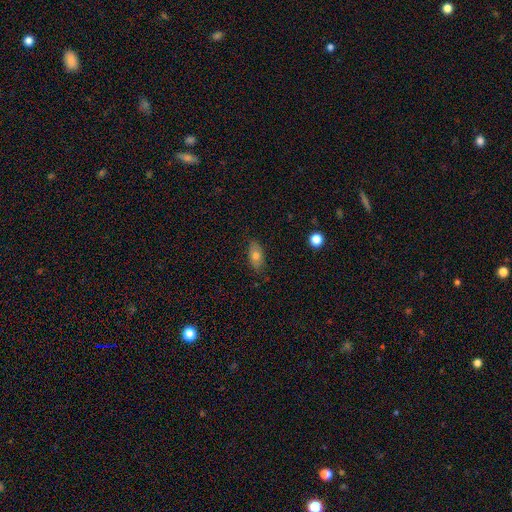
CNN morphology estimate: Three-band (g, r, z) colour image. It shows a smooth galaxy with no disk features (73%) that is in between round and cigar-shaped (87%). Merging: none (82%).